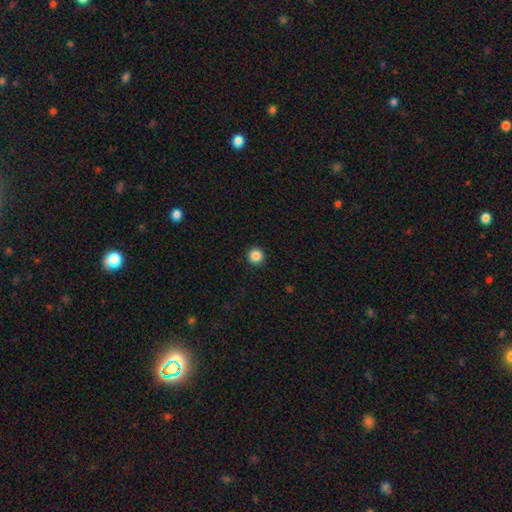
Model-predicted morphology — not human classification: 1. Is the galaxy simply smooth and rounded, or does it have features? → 87% smooth, 10% star or artifact, 3% featured or disk.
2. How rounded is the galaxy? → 96% round, 3% in between, 1% cigar-shaped.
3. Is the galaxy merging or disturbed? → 93% none, 4% minor disturbance, 2% major disturbance, 1% merger.